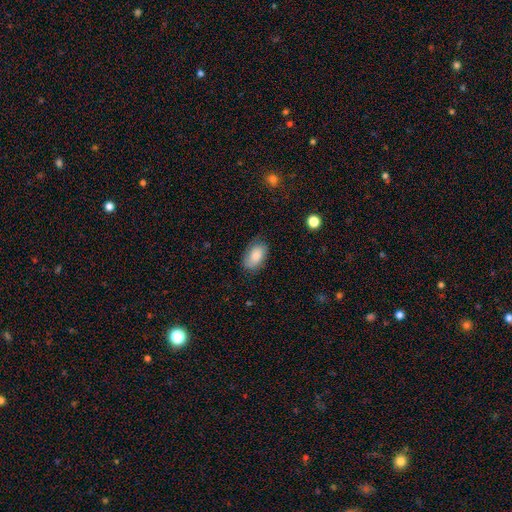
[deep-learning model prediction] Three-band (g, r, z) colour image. It shows a smooth galaxy with no disk features (82%) that is in between round and cigar-shaped (93%). Merging: none (74%).